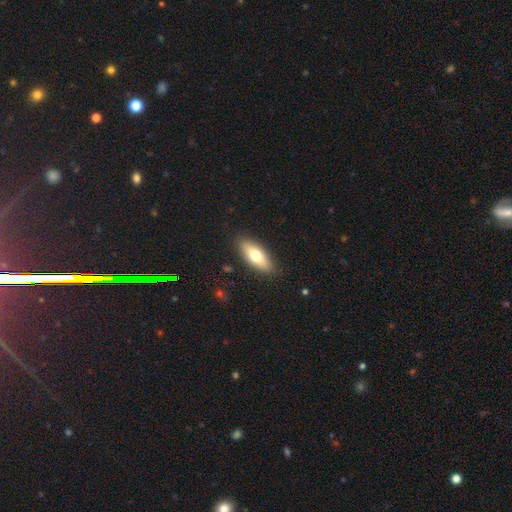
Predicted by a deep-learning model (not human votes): Morphology: type=smooth (69%); roundness=in between (71%); merging=none (88%).